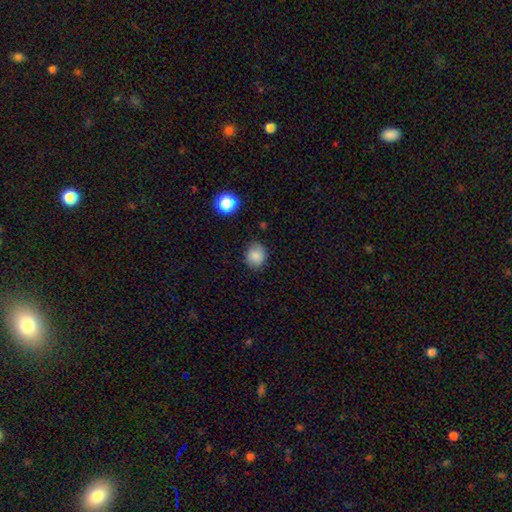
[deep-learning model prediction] A smooth galaxy with no disk features (85%) that is round (67%). Merging: none (80%).